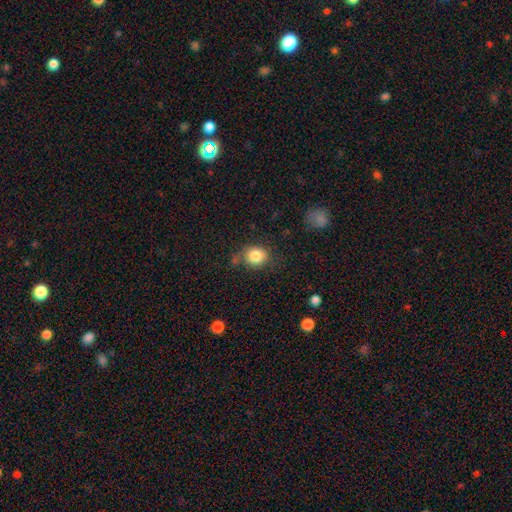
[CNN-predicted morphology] Overall: smooth (83%). How rounded: round (73%). Merging: none (69%).